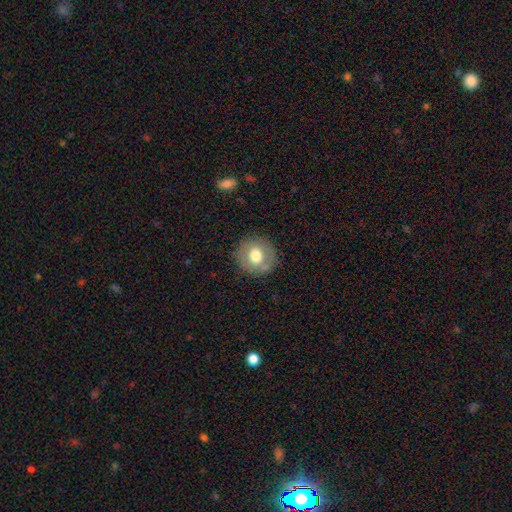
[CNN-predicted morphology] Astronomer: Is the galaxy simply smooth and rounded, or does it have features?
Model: smooth — 66%.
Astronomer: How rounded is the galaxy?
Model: round — 91%.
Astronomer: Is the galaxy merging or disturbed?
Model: none — 85%.